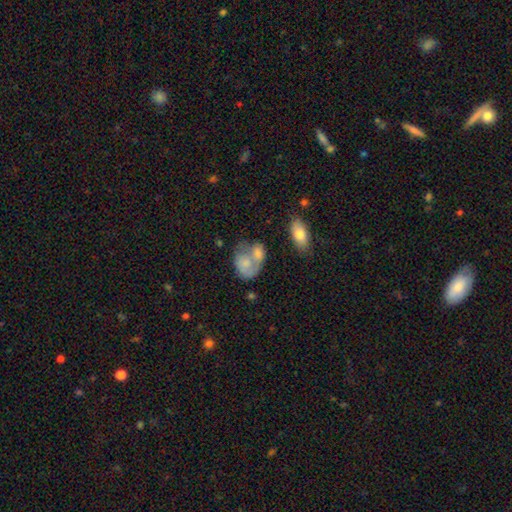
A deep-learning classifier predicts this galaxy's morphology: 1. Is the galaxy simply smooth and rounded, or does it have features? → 65% smooth, 27% featured or disk, 8% star or artifact.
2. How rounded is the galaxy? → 70% in between, 29% round, 1% cigar-shaped.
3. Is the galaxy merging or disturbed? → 54% merger, 21% none, 13% minor disturbance, 13% major disturbance.